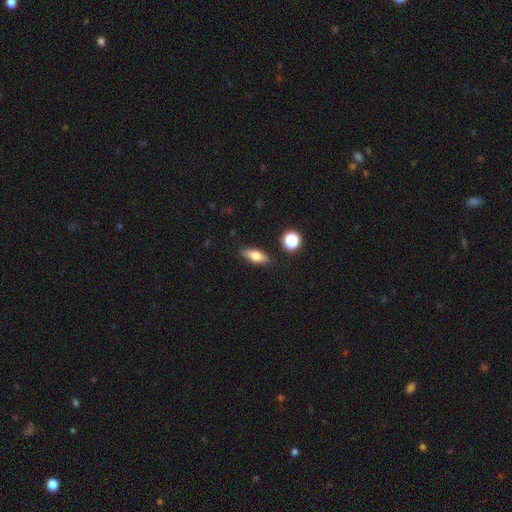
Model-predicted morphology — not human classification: Smooth or featured?
  - smooth: 64% *
  - featured or disk: 27%
  - star or artifact: 9%
How rounded?
  - in between: 64% *
  - cigar-shaped: 29%
  - round: 7%
Merging?
  - none: 84% *
  - minor disturbance: 10%
  - merger: 3%
  - major disturbance: 3%